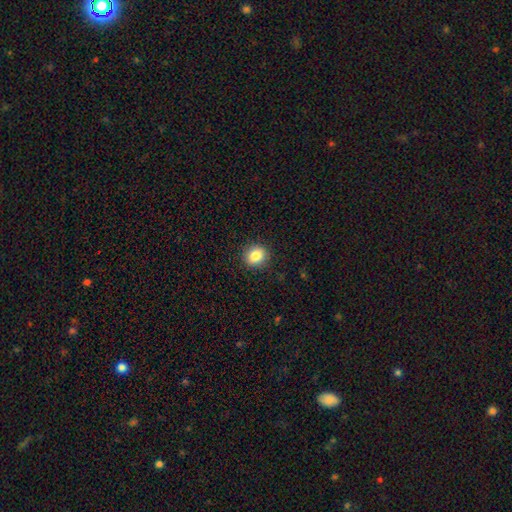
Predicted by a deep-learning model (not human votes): Morphology: type=smooth (84%); roundness=round (77%); merging=none (90%).